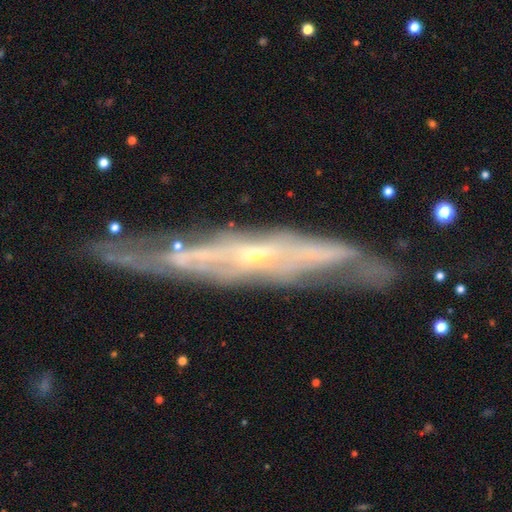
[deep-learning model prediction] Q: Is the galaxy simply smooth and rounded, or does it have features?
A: featured or disk — 77%.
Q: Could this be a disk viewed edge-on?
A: yes — 60%.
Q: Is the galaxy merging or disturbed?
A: none — 57%.